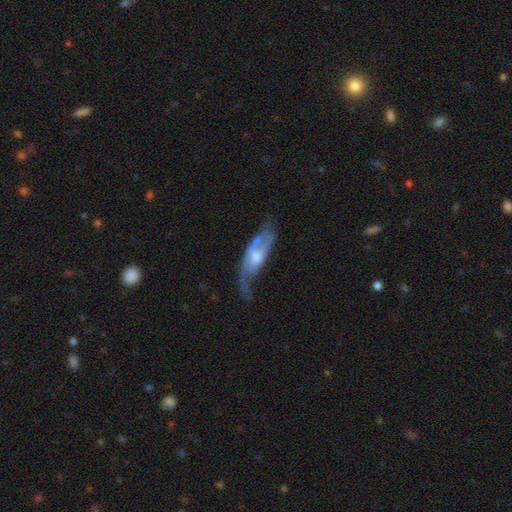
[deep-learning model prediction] smooth-or-featured: featured or disk: 71% | smooth: 22% | star or artifact: 6%
  disk-edge-on: no: 79% | yes: 21%
    bar: no: 62% | weak: 31% | strong: 7%
    has-spiral-arms: yes: 78% | no: 22%
    bulge-size: moderate: 51% | small: 34% | large: 7% | none: 6% | dominant: 1%
  merging: none: 39% | major disturbance: 30% | minor disturbance: 26% | merger: 5%